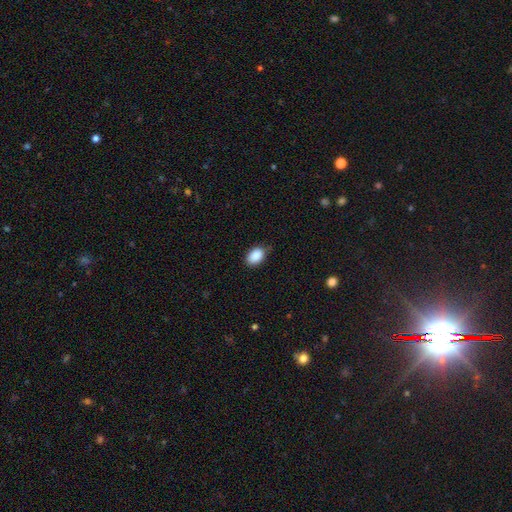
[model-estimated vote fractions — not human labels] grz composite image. It shows a smooth galaxy with no disk features (90%) that is in between round and cigar-shaped (87%). Merging: none (81%).